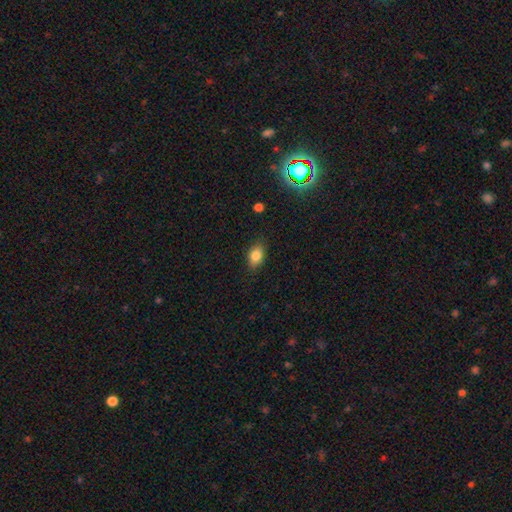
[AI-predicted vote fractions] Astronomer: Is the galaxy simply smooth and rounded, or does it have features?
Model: smooth — 84%.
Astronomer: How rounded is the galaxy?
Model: in between — 83%.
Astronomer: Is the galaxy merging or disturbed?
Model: none — 83%.